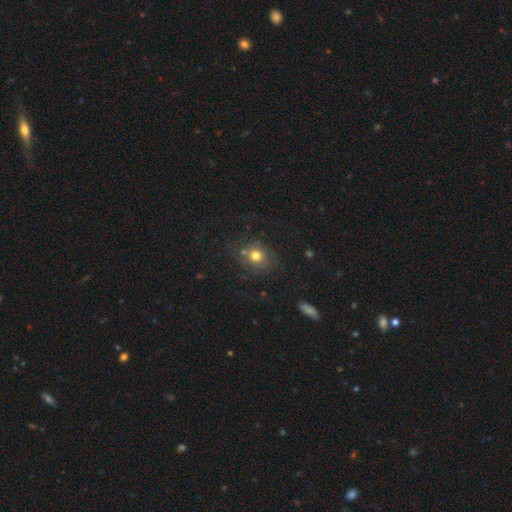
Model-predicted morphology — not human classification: smooth 69%, featured or disk 16%, star or artifact 14%. Down the decision tree: how rounded — round (75%); merging — none (68%).